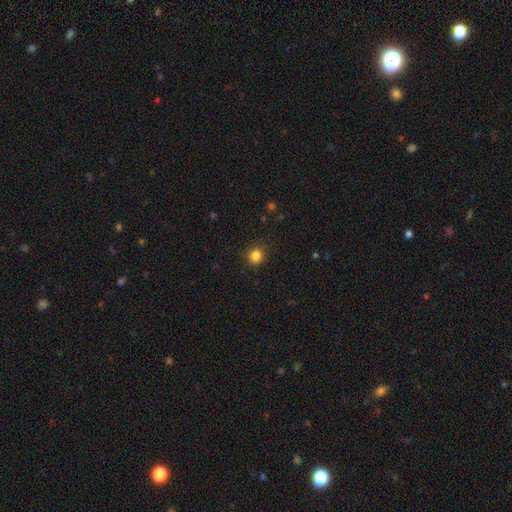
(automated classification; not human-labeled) Smooth or featured?
  - smooth: 84% *
  - star or artifact: 12%
  - featured or disk: 4%
How rounded?
  - round: 86% *
  - in between: 13%
  - cigar-shaped: 1%
Merging?
  - none: 87% *
  - minor disturbance: 9%
  - major disturbance: 3%
  - merger: 1%